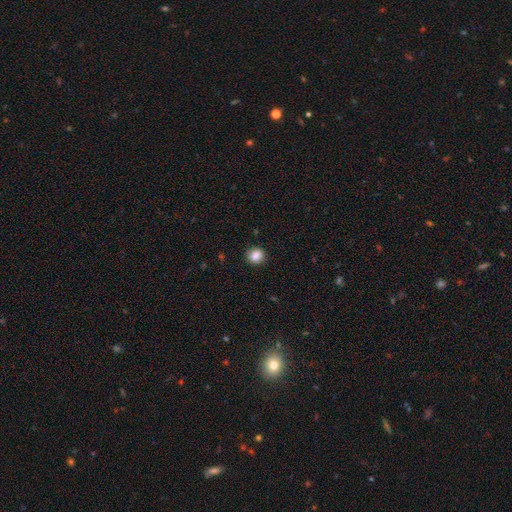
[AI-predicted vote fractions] This is clearly a smooth galaxy (85%). How rounded: likely round (75%). Merging: clearly none (87%).